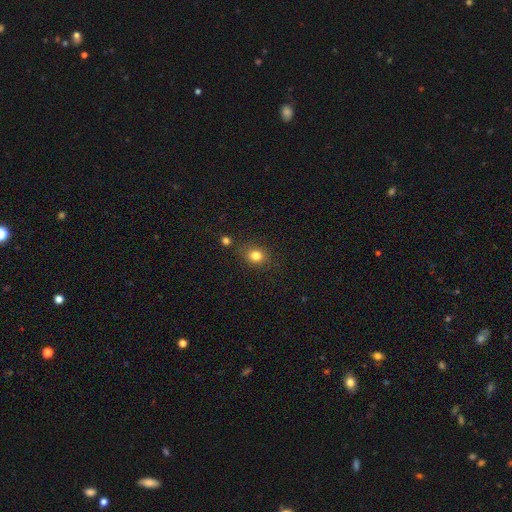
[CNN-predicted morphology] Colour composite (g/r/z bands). It shows a smooth galaxy with no disk features (81%) that is round (67%). Merging: none (82%).